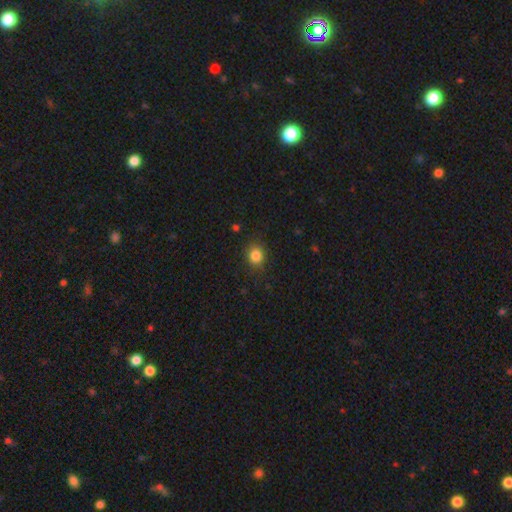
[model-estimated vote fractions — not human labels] This appears to be a smooth galaxy with no disk features (84%) that is round (70%). Merging: none (85%).